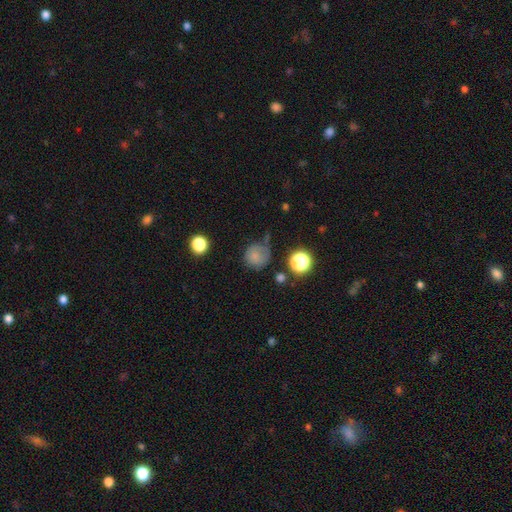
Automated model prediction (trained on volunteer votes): Morphology: type=smooth (73%); roundness=round (88%); merging=none (52%).